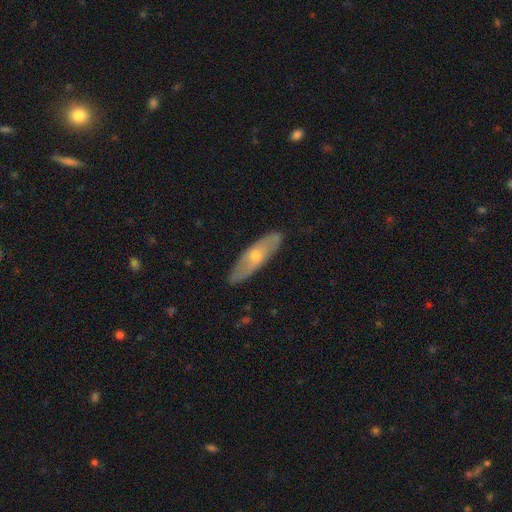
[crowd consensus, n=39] Overall: featured or disk (67%; smooth 33%). Edge-on disk: yes (50%, tied with no). Edge-on bulge: rounded (92%). Merging: none (82%).